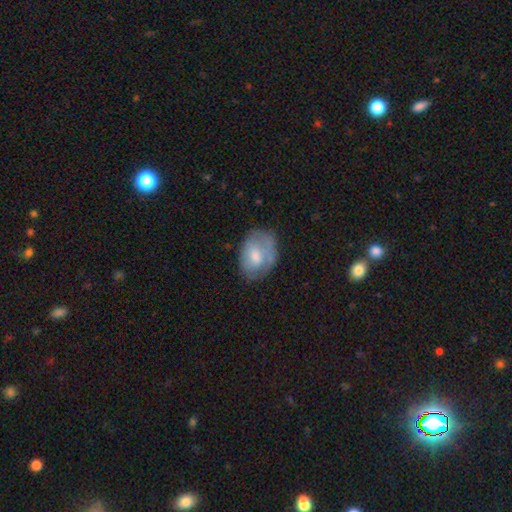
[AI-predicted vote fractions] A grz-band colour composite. It shows a smooth galaxy with no disk features (55%) that is in between round and cigar-shaped (77%). Merging: none (58%).